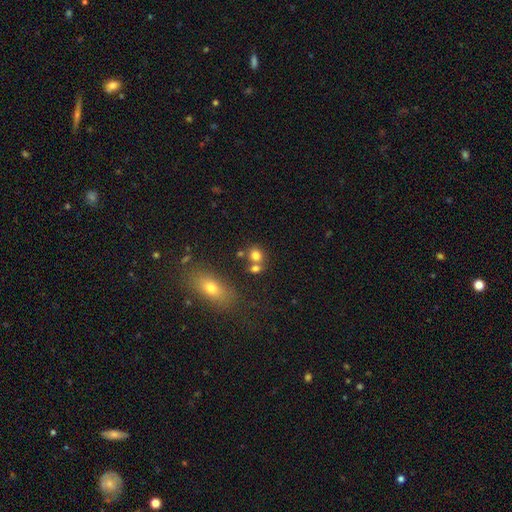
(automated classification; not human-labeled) Smooth or featured?
  - smooth: 77% *
  - star or artifact: 13%
  - featured or disk: 10%
How rounded?
  - round: 72% *
  - in between: 27%
  - cigar-shaped: 1%
Merging?
  - none: 52% *
  - merger: 34%
  - minor disturbance: 10%
  - major disturbance: 4%